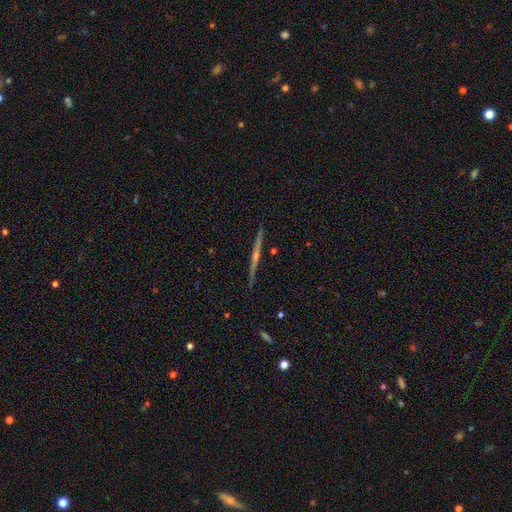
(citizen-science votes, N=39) smooth_or_featured: featured or disk (p=0.87) [alt: star or artifact p=0.13]
disk_edge_on: yes (p=1.00)
edge_on_bulge: rounded (p=0.50) [alt: none p=0.47]
merging: none (p=0.91) [alt: minor disturbance p=0.09]